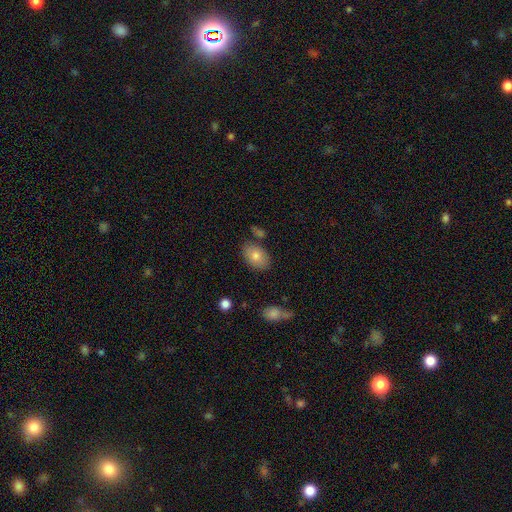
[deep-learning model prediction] Smooth or featured? smooth (79%)
How rounded? in between (86%)
Merging? none (77%)